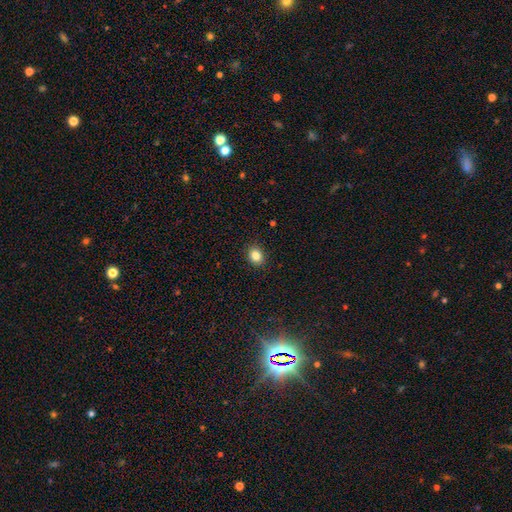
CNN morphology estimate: smooth-or-featured: smooth: 84% | star or artifact: 10% | featured or disk: 5%
  how-rounded: round: 54% | in between: 45% | cigar-shaped: 1%
  merging: none: 90% | minor disturbance: 7% | major disturbance: 2% | merger: 1%